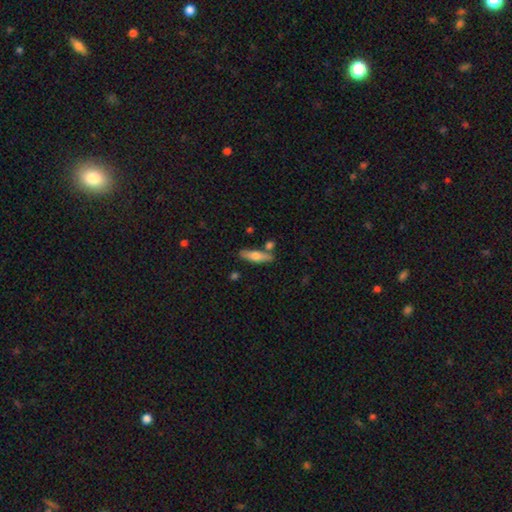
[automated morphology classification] Q: Smooth or featured?
A: smooth (63%); runner-up: featured or disk (31%)
Q: How rounded?
A: cigar-shaped (65%); runner-up: in between (33%)
Q: Merging?
A: none (73%); runner-up: minor disturbance (13%)